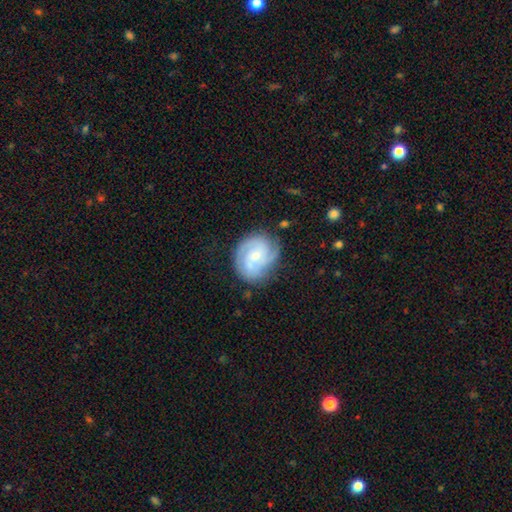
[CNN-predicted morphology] smooth_or_featured: featured or disk (p=0.79) [alt: smooth p=0.15]
disk_edge_on: no (p=0.98) [alt: yes p=0.02]
bar: no (p=0.58) [alt: weak p=0.36]
has_spiral_arms: yes (p=0.96) [alt: no p=0.04]
spiral_winding: tight (p=0.49) [alt: medium p=0.41]
spiral_arm_count: 3 (p=0.41) [alt: 2 p=0.30]
bulge_size: small (p=0.62) [alt: moderate p=0.34]
merging: none (p=0.75) [alt: minor disturbance p=0.18]